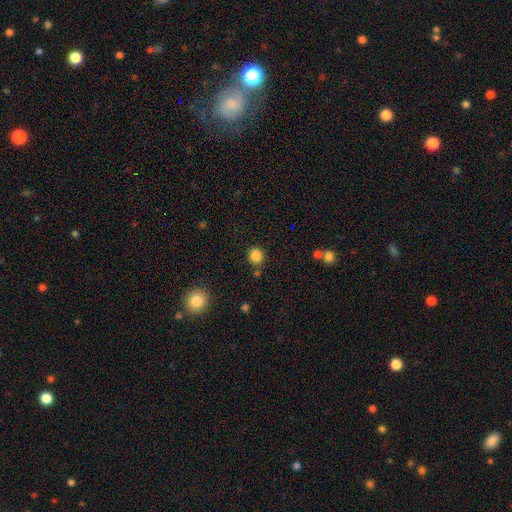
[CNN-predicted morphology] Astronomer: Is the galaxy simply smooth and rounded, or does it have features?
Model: smooth — 85%.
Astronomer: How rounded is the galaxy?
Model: round — 82%.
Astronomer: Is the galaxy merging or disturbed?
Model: none — 80%.